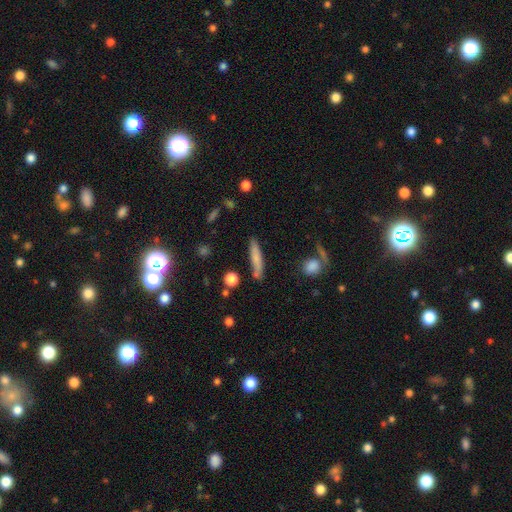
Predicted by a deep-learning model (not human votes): smooth 71%, featured or disk 19%, star or artifact 10%. Down the decision tree: how rounded — cigar-shaped (86%); merging — none (79%).